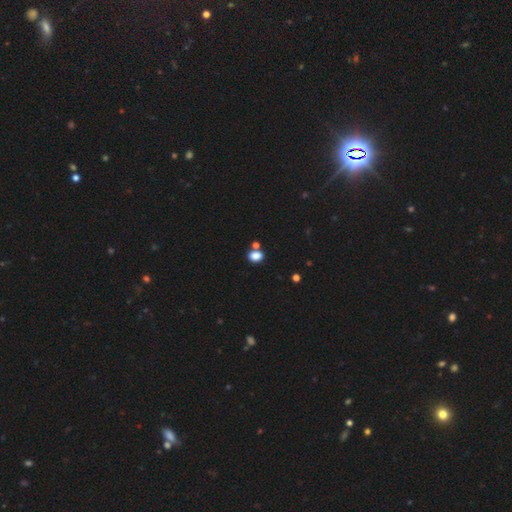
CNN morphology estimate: Smooth or featured: smooth — 84% (star or artifact — 12%)
How rounded: in between — 69% (round — 30%)
Merging: none — 63% (merger — 21%)